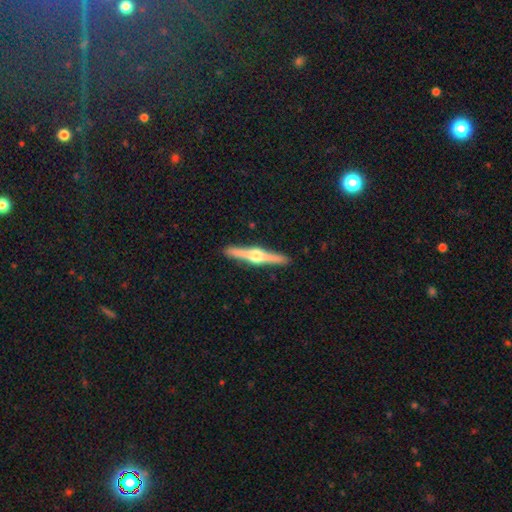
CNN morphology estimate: A featured or disk galaxy (80%) viewed edge-on (98%) with a rounded central bulge (96%). Merging: none (92%).